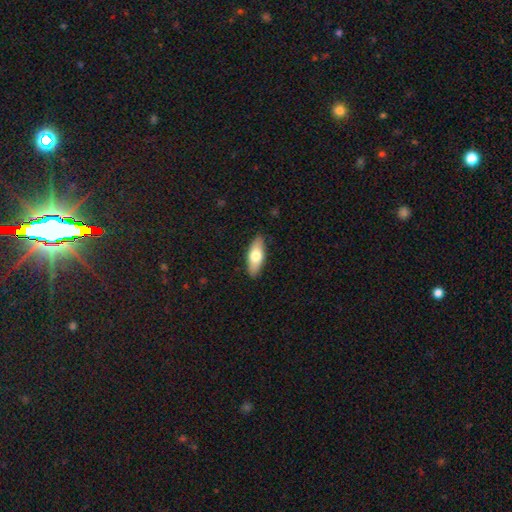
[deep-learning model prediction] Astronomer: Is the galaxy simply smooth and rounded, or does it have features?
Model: smooth — 69%.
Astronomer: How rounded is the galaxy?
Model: in between — 73%.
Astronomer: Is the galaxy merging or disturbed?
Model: none — 88%.